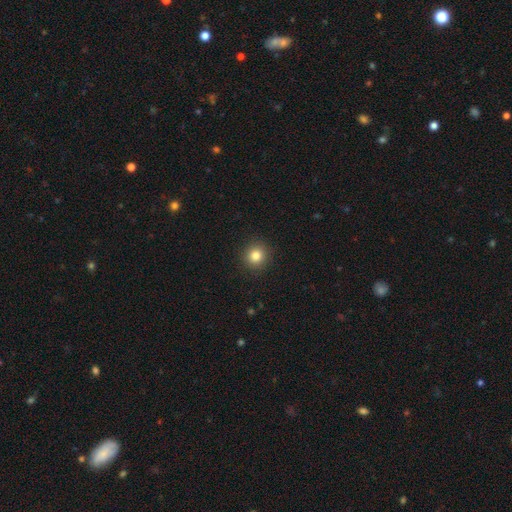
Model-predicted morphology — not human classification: Smooth or featured? smooth (83%)
How rounded? round (92%)
Merging? none (92%)